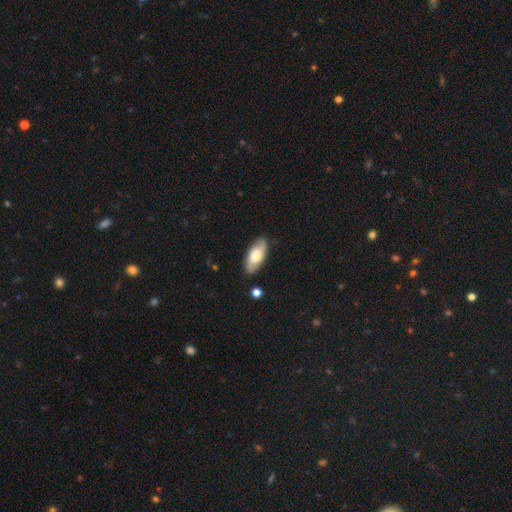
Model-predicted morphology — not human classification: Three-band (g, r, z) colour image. It shows a smooth galaxy with no disk features (63%) that is in between round and cigar-shaped (85%). Merging: none (85%).